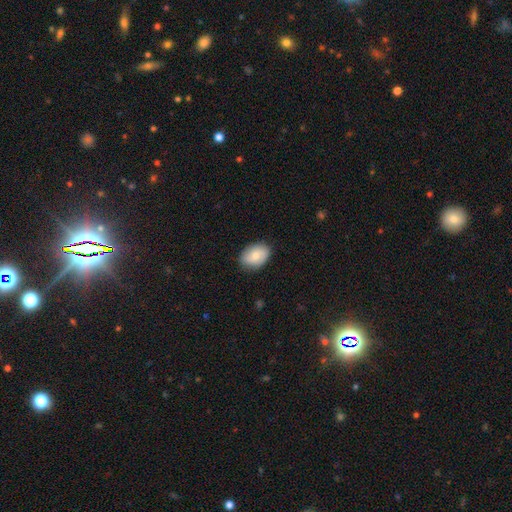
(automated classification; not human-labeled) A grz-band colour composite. It shows a smooth galaxy with no disk features (76%) that is in between round and cigar-shaped (82%). Merging: none (82%).